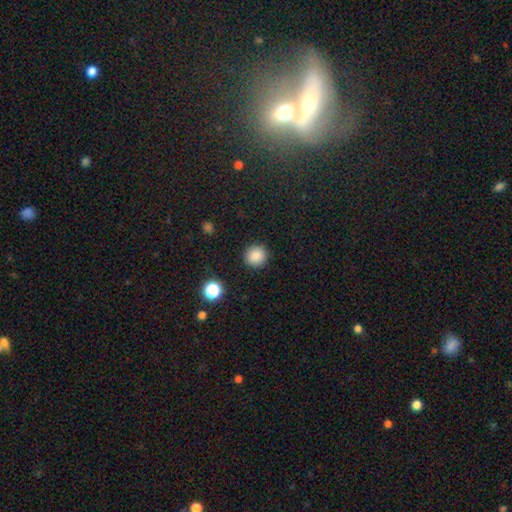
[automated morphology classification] smooth_or_featured: smooth (p=0.86) [alt: star or artifact p=0.10]
how_rounded: round (p=0.94) [alt: in between p=0.05]
merging: none (p=0.91) [alt: minor disturbance p=0.05]